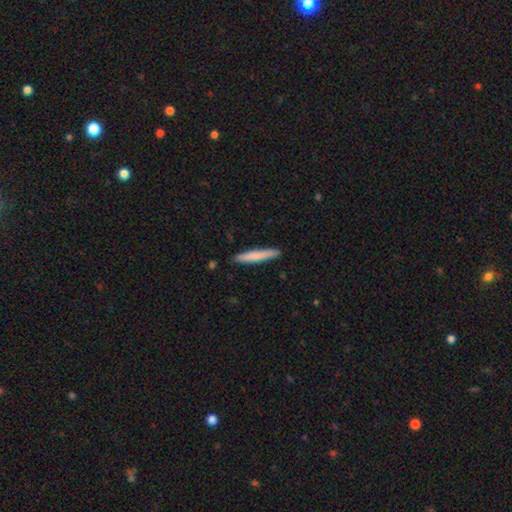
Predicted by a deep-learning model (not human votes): Overall: smooth (76%). How rounded: cigar-shaped (94%). Merging: none (90%).